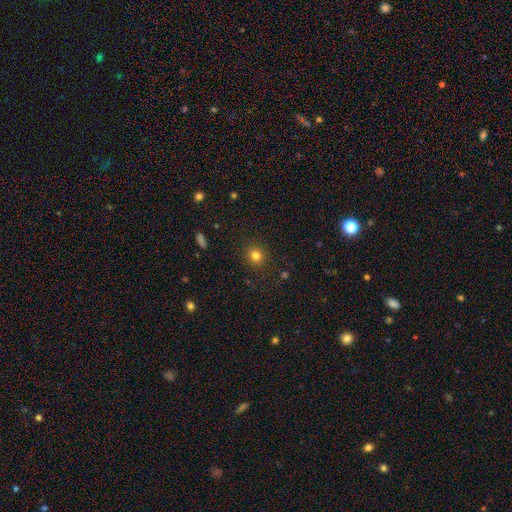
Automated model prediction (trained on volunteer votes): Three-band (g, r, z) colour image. It shows a smooth galaxy with no disk features (80%) that is round (89%). Merging: none (89%).